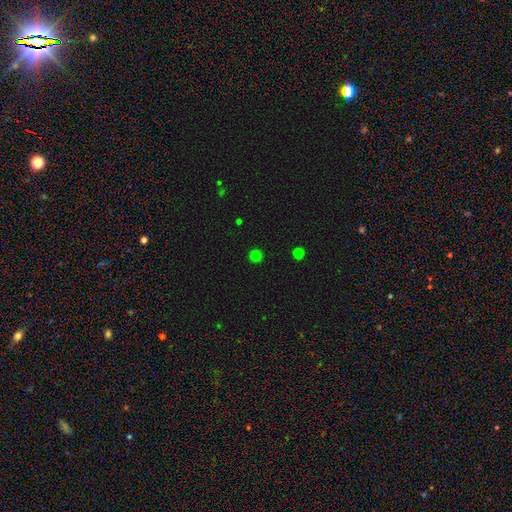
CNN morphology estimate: The model was most divided on "smooth or featured": smooth: 78%, star or artifact: 17%, featured or disk: 5%. More confident: how rounded — round (95%); merging — none (91%).